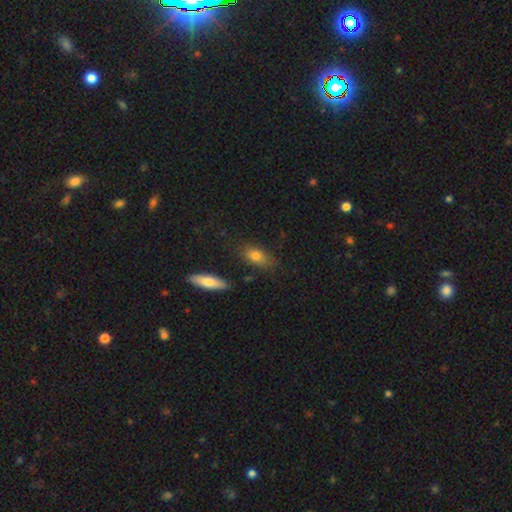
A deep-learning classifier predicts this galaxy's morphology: smooth 78%, featured or disk 14%, star or artifact 8%. Down the decision tree: how rounded — in between (78%); merging — none (73%).